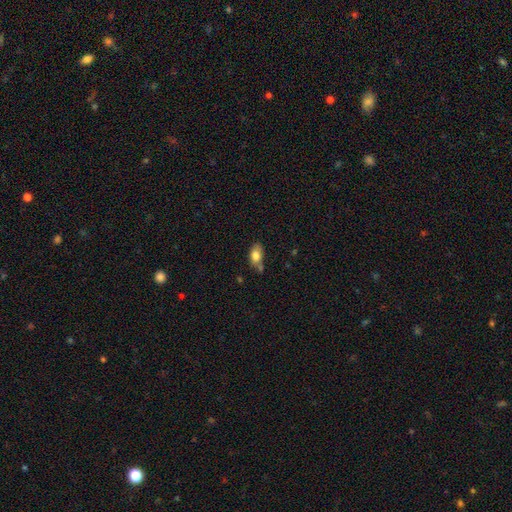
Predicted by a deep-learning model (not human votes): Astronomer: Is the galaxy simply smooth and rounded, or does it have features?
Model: smooth — 79%.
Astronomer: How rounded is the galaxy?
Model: in between — 88%.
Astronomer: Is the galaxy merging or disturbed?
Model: none — 54%.